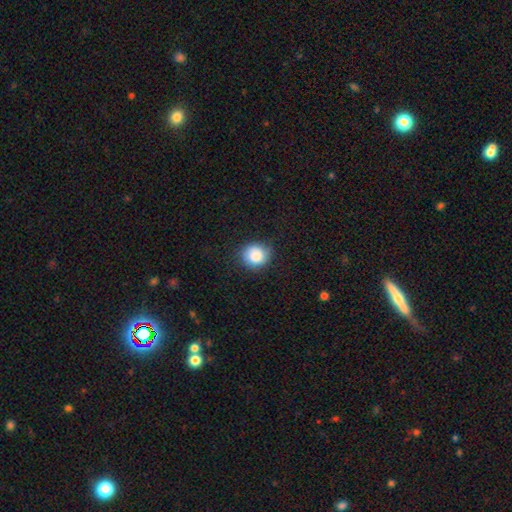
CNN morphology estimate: This appears to be a smooth galaxy with no disk features (84%) that is round (85%). Merging: none (79%).